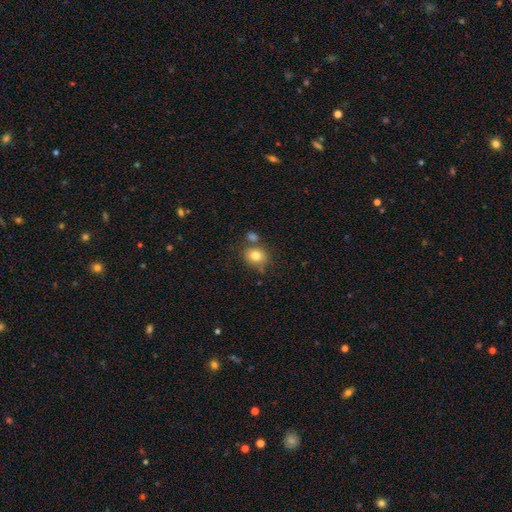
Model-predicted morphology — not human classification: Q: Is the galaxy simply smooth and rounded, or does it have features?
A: smooth — 79%.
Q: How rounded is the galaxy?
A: round — 68%.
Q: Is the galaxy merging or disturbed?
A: none — 64%.